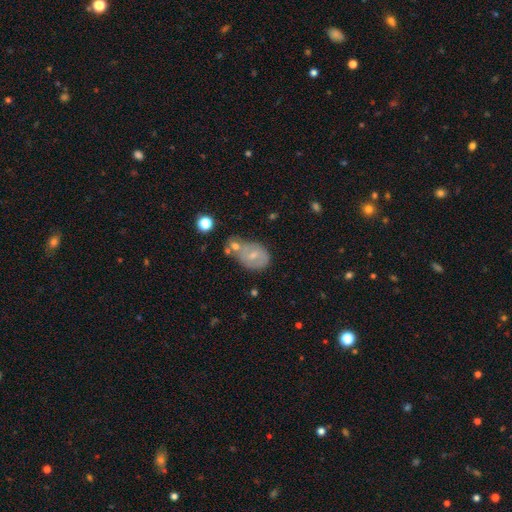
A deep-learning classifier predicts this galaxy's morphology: A smooth galaxy with no disk features (52%) that is in between round and cigar-shaped (61%). Merging: none (37%).